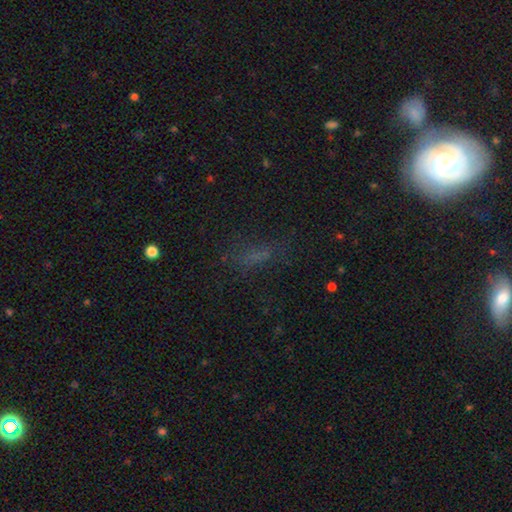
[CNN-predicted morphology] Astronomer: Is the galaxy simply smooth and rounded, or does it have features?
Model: smooth — 51% (runner-up: star or artifact, 32%).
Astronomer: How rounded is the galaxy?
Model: in between — 50% (runner-up: cigar-shaped, 42%).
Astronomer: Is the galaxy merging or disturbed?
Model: none — 61%.